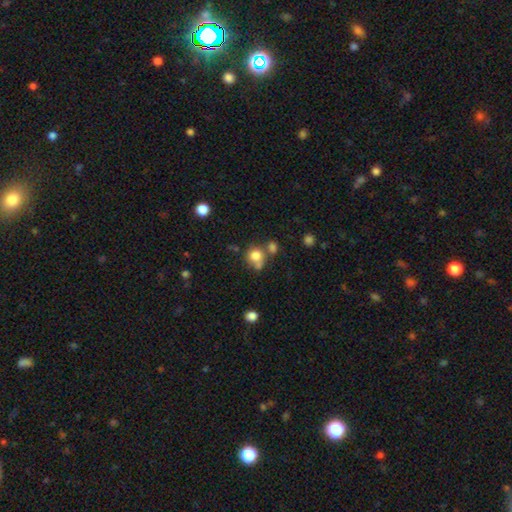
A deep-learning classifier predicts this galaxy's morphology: Q: Smooth or featured?
A: smooth (78%); runner-up: star or artifact (12%)
Q: How rounded?
A: round (80%); runner-up: in between (18%)
Q: Merging?
A: none (48%); runner-up: merger (31%)